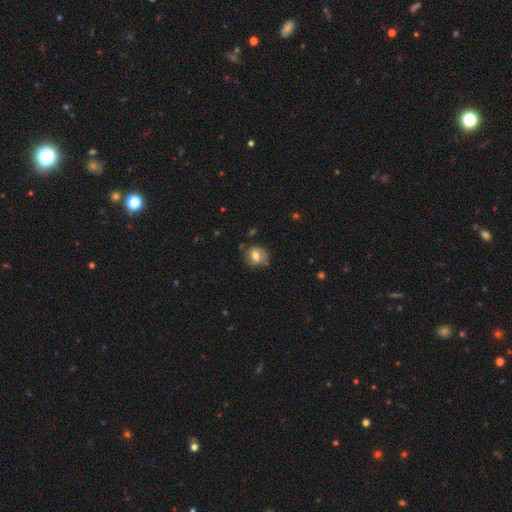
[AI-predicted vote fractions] A smooth galaxy with no disk features (59%) that is round (64%). Merging: none (66%).